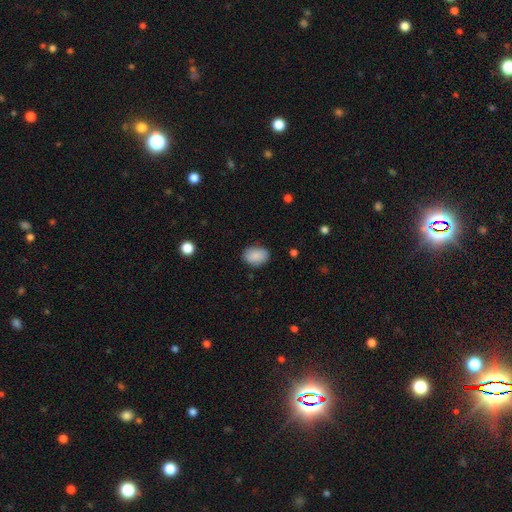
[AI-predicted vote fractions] smooth 89%, star or artifact 7%, featured or disk 4%. Down the decision tree: how rounded — in between (78%); merging — none (84%).